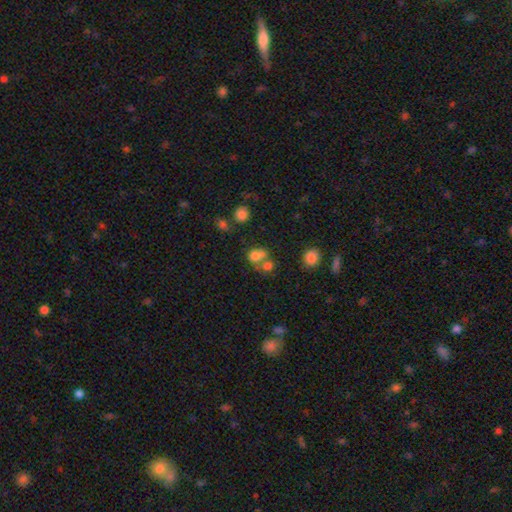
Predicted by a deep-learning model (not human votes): Q: Smooth or featured?
A: smooth (70%); runner-up: star or artifact (16%)
Q: How rounded?
A: round (70%); runner-up: in between (29%)
Q: Merging?
A: merger (50%); runner-up: none (35%)